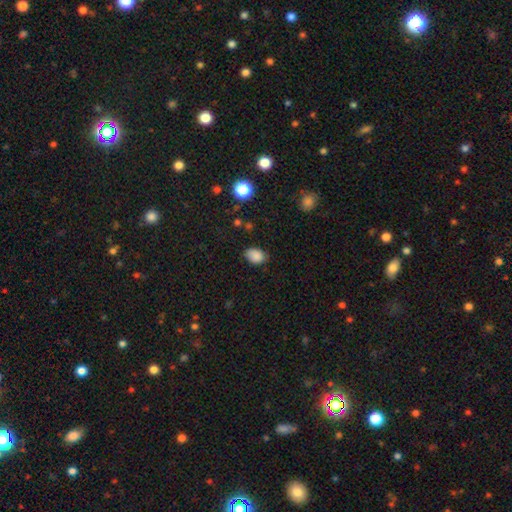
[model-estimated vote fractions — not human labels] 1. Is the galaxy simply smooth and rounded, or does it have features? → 86% smooth, 10% star or artifact, 4% featured or disk.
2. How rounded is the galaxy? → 76% in between, 23% round, 1% cigar-shaped.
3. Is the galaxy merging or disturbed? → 73% none, 22% minor disturbance, 4% major disturbance, 1% merger.